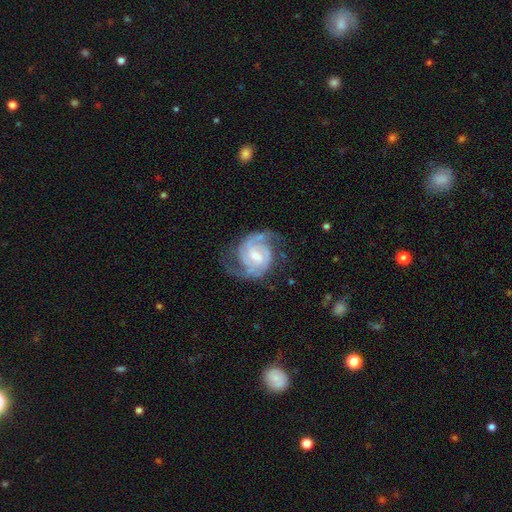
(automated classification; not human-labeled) A featured or disk galaxy (91%) with a weak bar (56%), 2 (82%) tight (48%) spiral arms (98%) and a small central bulge (46%).

Vote fractions:
- Smooth or featured? featured or disk: 91% / smooth: 5% / star or artifact: 4%
- Edge-on disk? no: 98% / yes: 2%
- Bar? weak: 56% / no: 29% / strong: 15%
- Spiral arms? yes: 98% / no: 2%
- Spiral winding? tight: 48% / medium: 44% / loose: 8%
- Spiral arm count? 2: 82% / 3: 8% / can't tell: 5% / 1: 2% / 4: 2% / more than 4: 2%
- Bulge size? small: 46% / moderate: 42% / none: 7% / large: 4% / dominant: 1%
- Merging? none: 71% / minor disturbance: 18% / major disturbance: 9% / merger: 2%